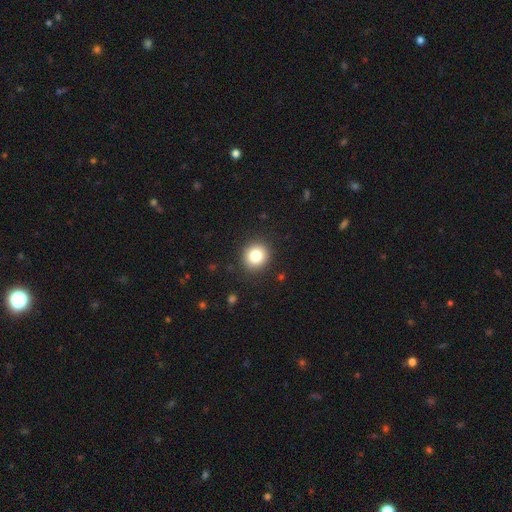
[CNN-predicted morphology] smooth-or-featured: smooth: 81% | star or artifact: 11% | featured or disk: 8%
  how-rounded: round: 89% | in between: 10% | cigar-shaped: 1%
  merging: none: 90% | minor disturbance: 6% | major disturbance: 2% | merger: 1%